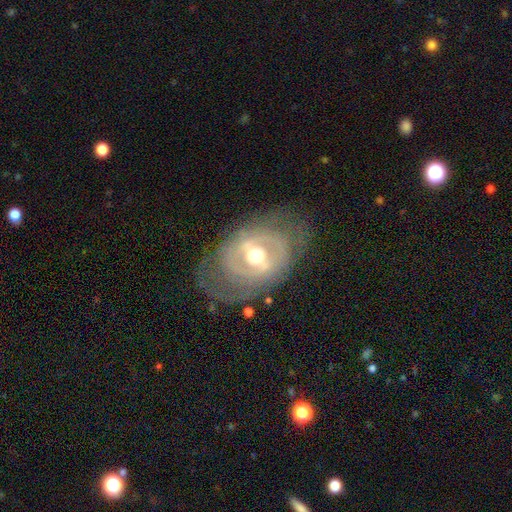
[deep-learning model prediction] Smooth or featured?
  - featured or disk: 78% *
  - smooth: 16%
  - star or artifact: 6%
Edge-on disk?
  - no: 94% *
  - yes: 6%
Bar?
  - weak: 38% *
  - strong: 36%
  - no: 26%
Spiral arms?
  - yes: 56% *
  - no: 44%
Bulge size?
  - moderate: 72% *
  - large: 14%
  - small: 12%
  - dominant: 1%
  - none: 1%
Merging?
  - none: 66% *
  - minor disturbance: 19%
  - major disturbance: 14%
  - merger: 2%